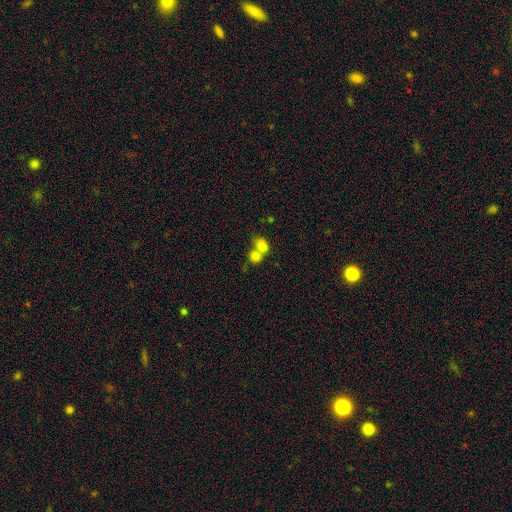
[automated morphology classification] smooth-or-featured: smooth: 76% | featured or disk: 13% | star or artifact: 11%
  how-rounded: round: 64% | in between: 35% | cigar-shaped: 1%
  merging: merger: 65% | none: 25% | minor disturbance: 6% | major disturbance: 4%